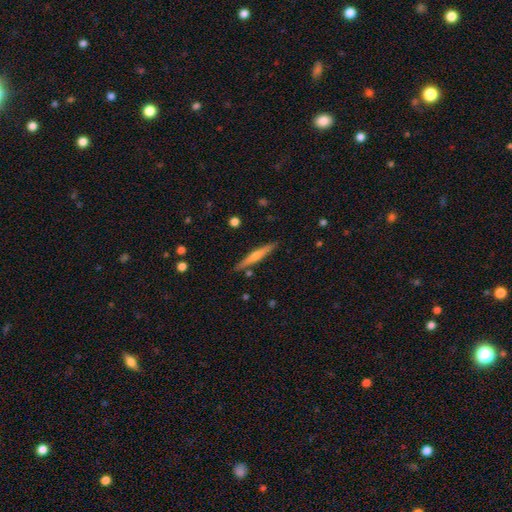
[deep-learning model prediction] This appears to be a featured or disk galaxy (53%) viewed edge-on (97%) with a rounded central bulge (73%). Merging: none (87%).